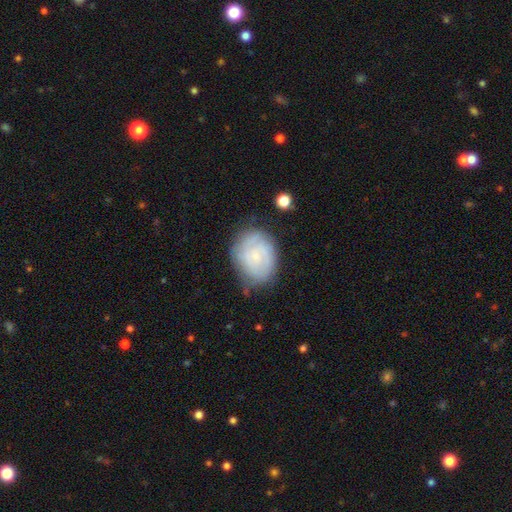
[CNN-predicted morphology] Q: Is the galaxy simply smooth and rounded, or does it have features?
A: featured or disk — 62%.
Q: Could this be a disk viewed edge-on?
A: no — 98%.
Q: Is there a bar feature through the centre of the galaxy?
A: no — 69%.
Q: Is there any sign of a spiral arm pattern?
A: yes — 87%.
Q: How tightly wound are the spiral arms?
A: tight — 64%.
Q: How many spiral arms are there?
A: can't tell — 43%.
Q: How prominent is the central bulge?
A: small — 68%.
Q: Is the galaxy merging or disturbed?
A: none — 67%.